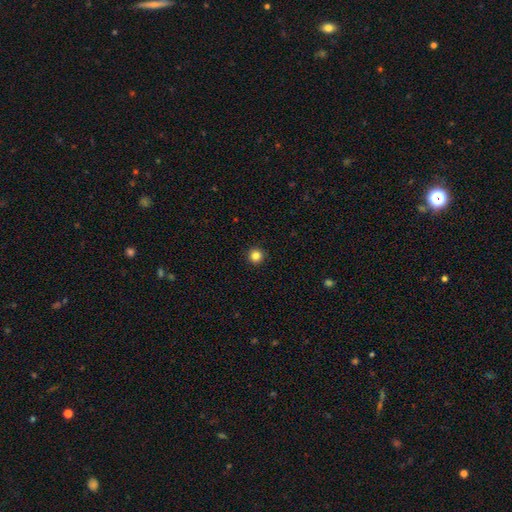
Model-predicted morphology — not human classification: smooth 84%, star or artifact 12%, featured or disk 4%. Down the decision tree: how rounded — round (96%); merging — none (93%).